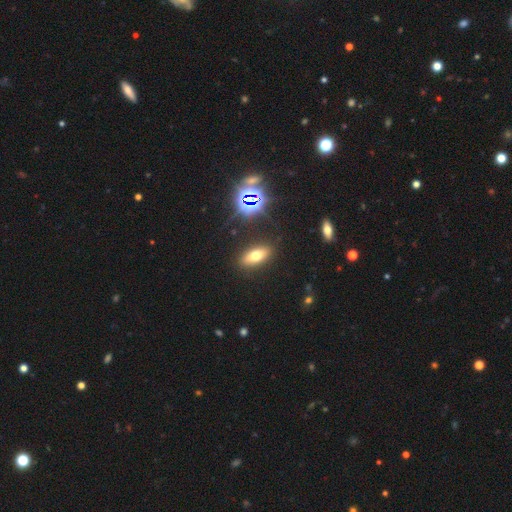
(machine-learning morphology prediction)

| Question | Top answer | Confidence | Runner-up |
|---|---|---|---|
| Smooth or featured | smooth | 58% | star or artifact (24%) |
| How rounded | in between | 75% | cigar-shaped (18%) |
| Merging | none | 88% | minor disturbance (8%) |